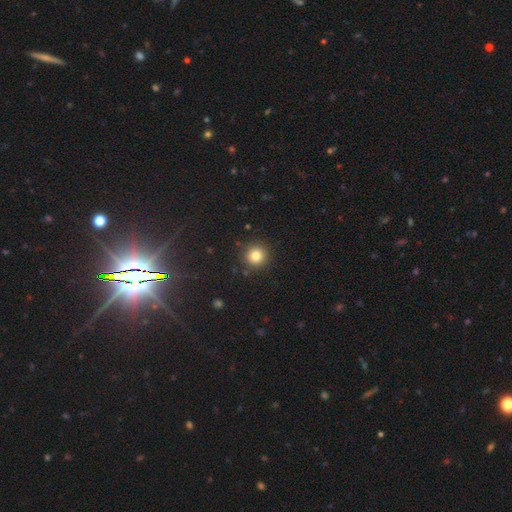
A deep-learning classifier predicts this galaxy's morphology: This appears to be a smooth galaxy with no disk features (82%) that is round (94%). Merging: none (90%).